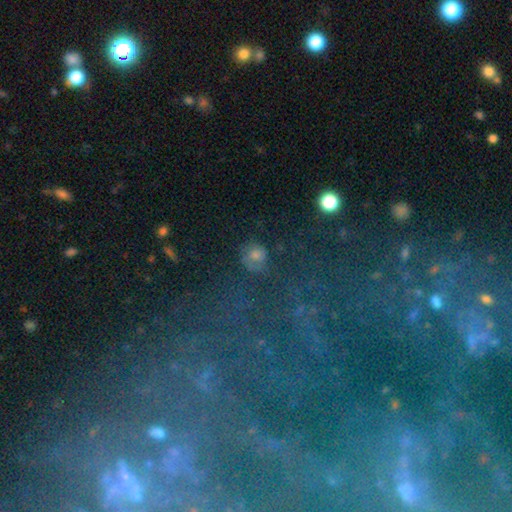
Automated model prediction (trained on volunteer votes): Smooth or featured?
  - smooth: 61% *
  - star or artifact: 22%
  - featured or disk: 17%
How rounded?
  - round: 80% *
  - in between: 19%
  - cigar-shaped: 1%
Merging?
  - none: 59% *
  - minor disturbance: 22%
  - major disturbance: 14%
  - merger: 5%